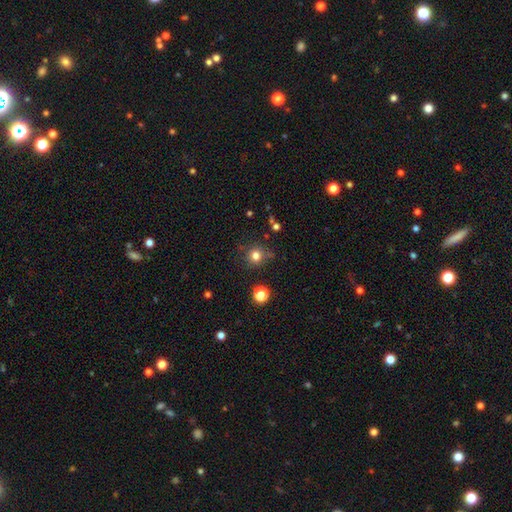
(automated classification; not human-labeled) smooth 79%, star or artifact 15%, featured or disk 6%. Down the decision tree: how rounded — round (89%); merging — none (78%).